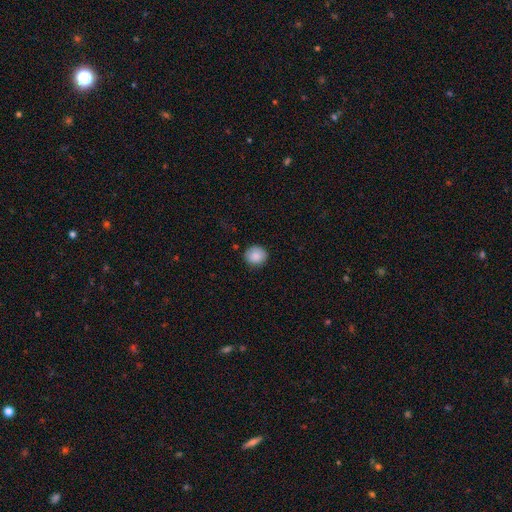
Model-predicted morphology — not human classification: Overall: smooth (88%). How rounded: round (90%). Merging: none (89%).